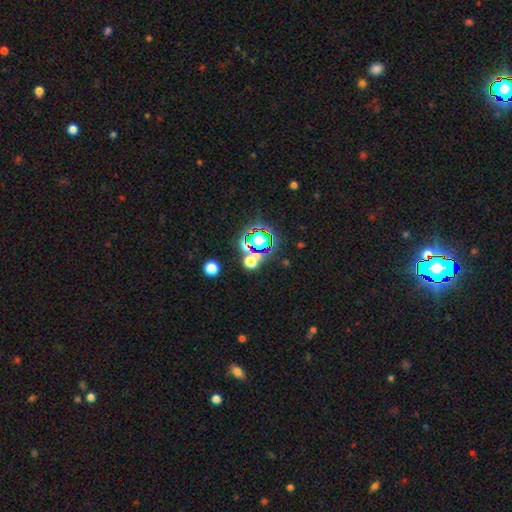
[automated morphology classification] Smooth or featured? Predicted: star or artifact (p=0.68).